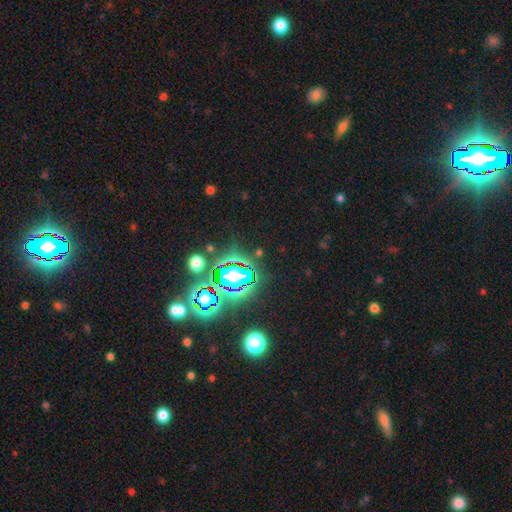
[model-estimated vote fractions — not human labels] The model was most divided on "smooth or featured": star or artifact: 74%, smooth: 16%, featured or disk: 10%.